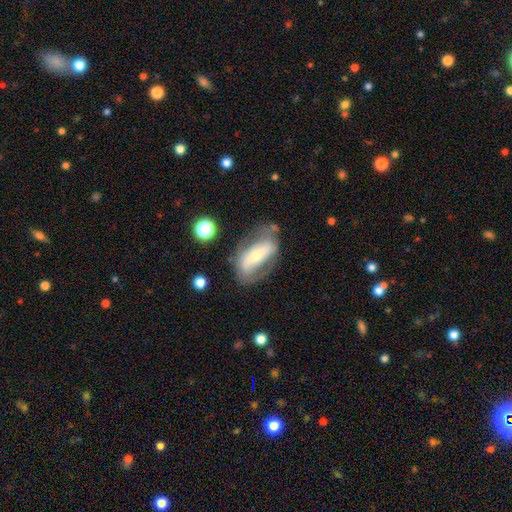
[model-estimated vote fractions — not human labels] Morphology: type=featured or disk (63%); edge-on=no (85%); bar=strong (49%); spiral arms=yes (53%); bulge=small (47%); merging=none (59%).